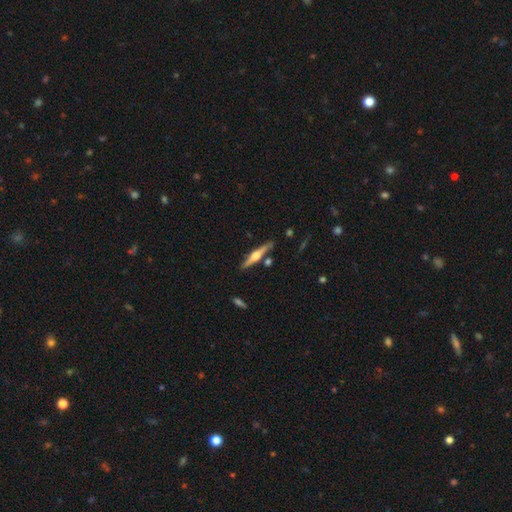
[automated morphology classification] The model was most divided on "smooth or featured": featured or disk: 68%, smooth: 27%, star or artifact: 6%. More confident: edge-on disk — yes (97%); edge-on bulge — rounded (87%); merging — none (82%).